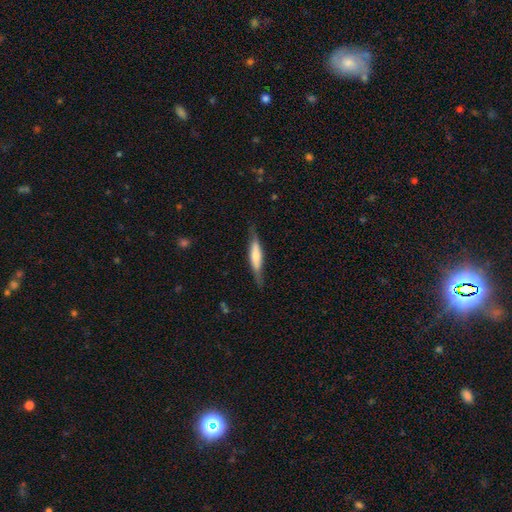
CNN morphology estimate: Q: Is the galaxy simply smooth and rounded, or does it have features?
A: featured or disk — 49%.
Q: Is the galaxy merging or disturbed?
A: none — 78%.